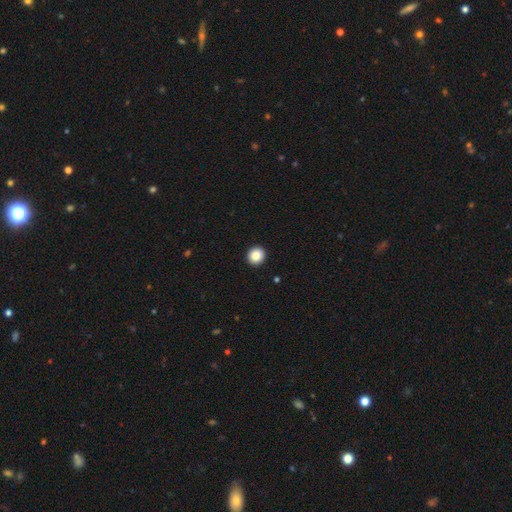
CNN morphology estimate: Smooth or featured: smooth — 87% (star or artifact — 9%)
How rounded: round — 91% (in between — 8%)
Merging: none — 93% (minor disturbance — 5%)